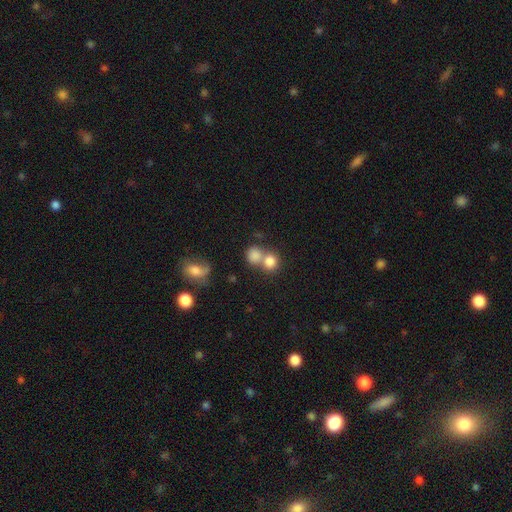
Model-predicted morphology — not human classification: Smooth or featured? smooth (80%)
How rounded? round (80%)
Merging? merger (44%)